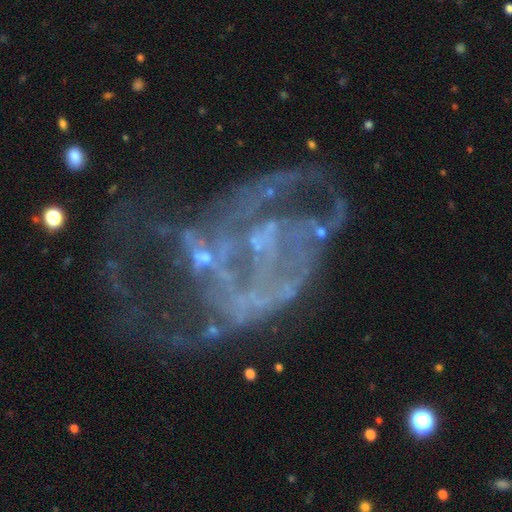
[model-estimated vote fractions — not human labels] featured or disk 75%, star or artifact 16%, smooth 9%. Down the decision tree: edge-on disk — no (98%); bar — no (79%); spiral arms — no (57%); bulge size — none (69%); merging — major disturbance (51%).